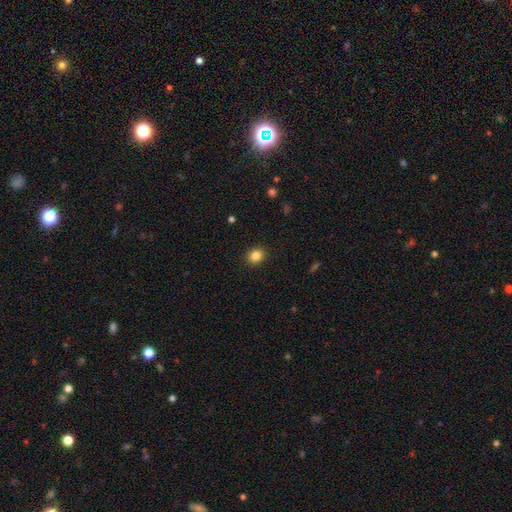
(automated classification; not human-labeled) The model was most divided on "how rounded": round: 65%, in between: 34%, cigar-shaped: 1%. More confident: merging — none (91%); smooth or featured — smooth (85%).